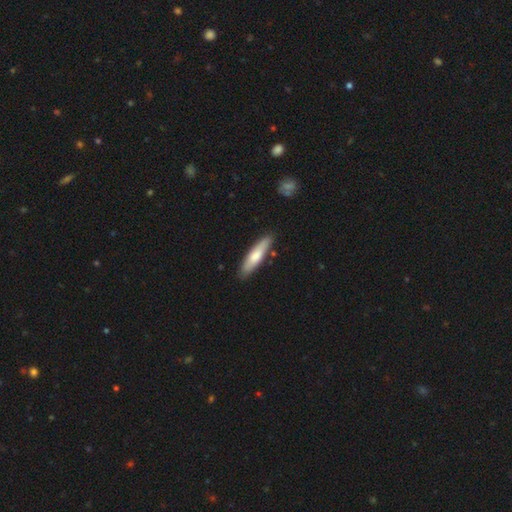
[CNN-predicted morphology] The model was most divided on "smooth or featured": smooth: 69%, featured or disk: 26%, star or artifact: 5%. More confident: merging — none (85%); how rounded — cigar-shaped (76%).